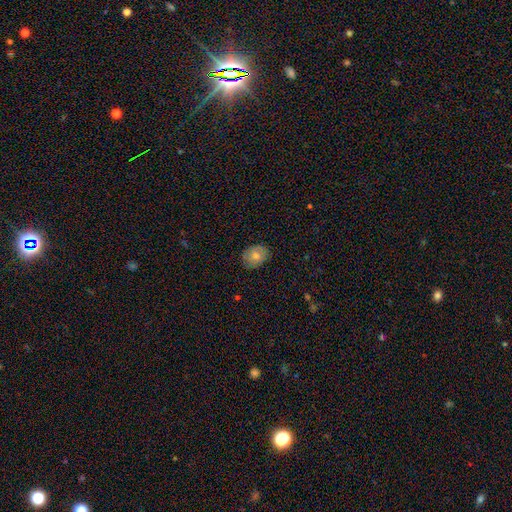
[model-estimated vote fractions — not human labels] Overall: smooth (69%). How rounded: in between (54%; round 45%). Merging: none (82%).